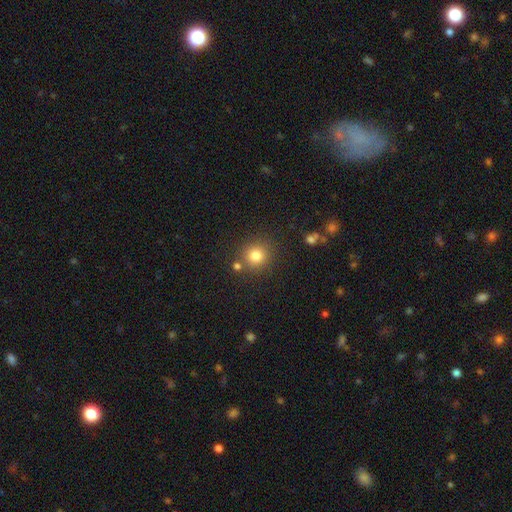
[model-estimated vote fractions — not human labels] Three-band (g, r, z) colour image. It shows a smooth galaxy with no disk features (80%) that is round (92%). Merging: none (80%).